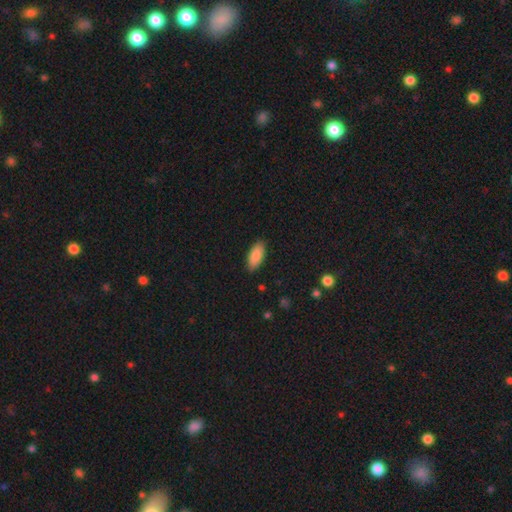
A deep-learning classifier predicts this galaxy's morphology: smooth_or_featured: smooth (p=0.88) [alt: star or artifact p=0.06]
how_rounded: in between (p=0.87) [alt: cigar-shaped p=0.11]
merging: none (p=0.87) [alt: minor disturbance p=0.10]